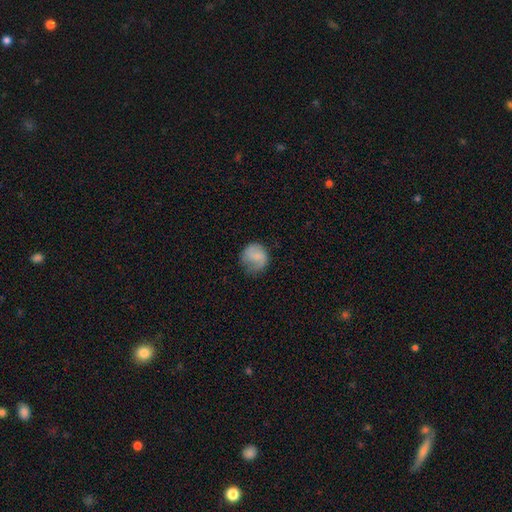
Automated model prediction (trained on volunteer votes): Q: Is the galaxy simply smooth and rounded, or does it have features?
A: smooth — 66%.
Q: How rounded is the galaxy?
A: round — 84%.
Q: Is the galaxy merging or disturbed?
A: none — 64%.